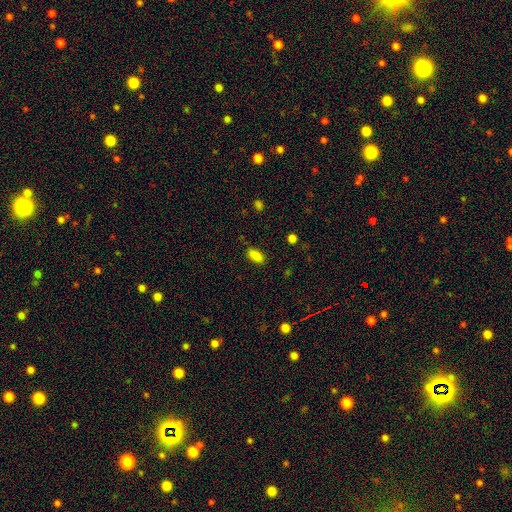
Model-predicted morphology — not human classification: Smooth or featured? Predicted: smooth (p=0.86). How rounded? Predicted: in between (p=0.88). Merging? Predicted: none (p=0.83).